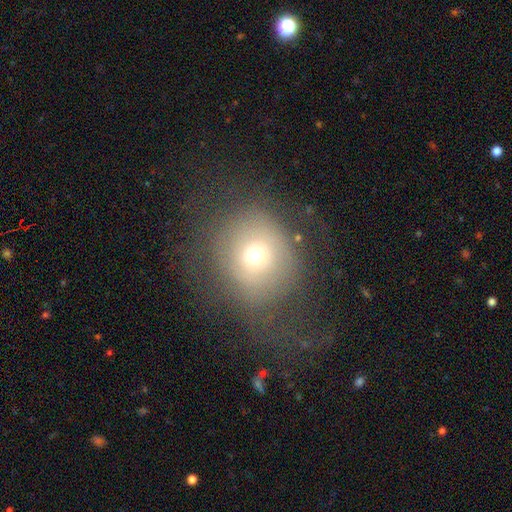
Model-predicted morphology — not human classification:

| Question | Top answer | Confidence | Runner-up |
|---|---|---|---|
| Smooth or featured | smooth | 59% | featured or disk (27%) |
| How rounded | round | 84% | in between (15%) |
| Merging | none | 46% | major disturbance (34%) |